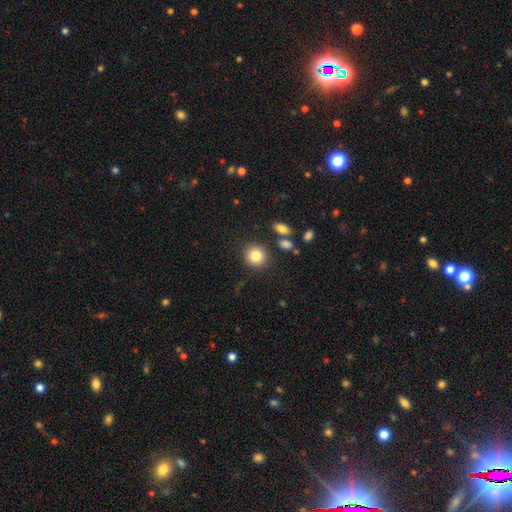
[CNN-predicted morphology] The model was most divided on "smooth or featured": smooth: 83%, star or artifact: 9%, featured or disk: 7%. More confident: how rounded — round (89%); merging — none (85%).